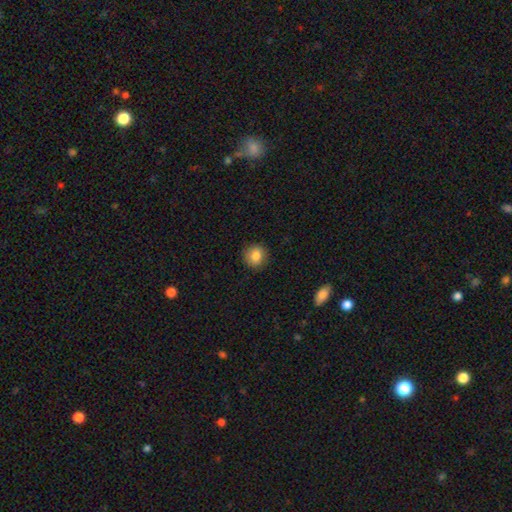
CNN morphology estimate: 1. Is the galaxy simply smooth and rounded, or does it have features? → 84% smooth, 9% star or artifact, 7% featured or disk.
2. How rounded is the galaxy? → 90% round, 9% in between, 1% cigar-shaped.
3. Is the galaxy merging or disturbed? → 90% none, 7% minor disturbance, 2% major disturbance, 1% merger.